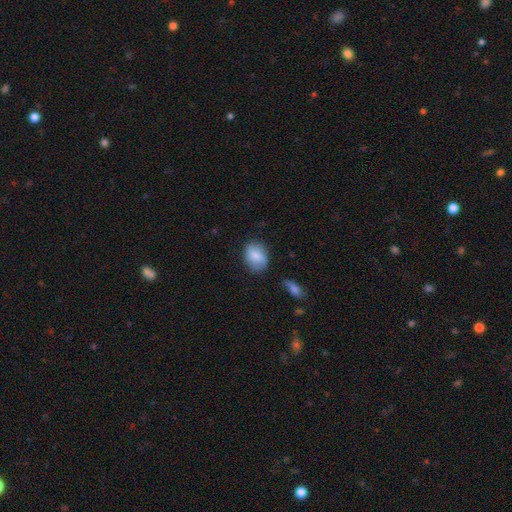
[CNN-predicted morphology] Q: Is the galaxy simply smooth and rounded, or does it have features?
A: smooth — 81%.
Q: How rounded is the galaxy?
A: in between — 66%.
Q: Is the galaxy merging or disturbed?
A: none — 73%.